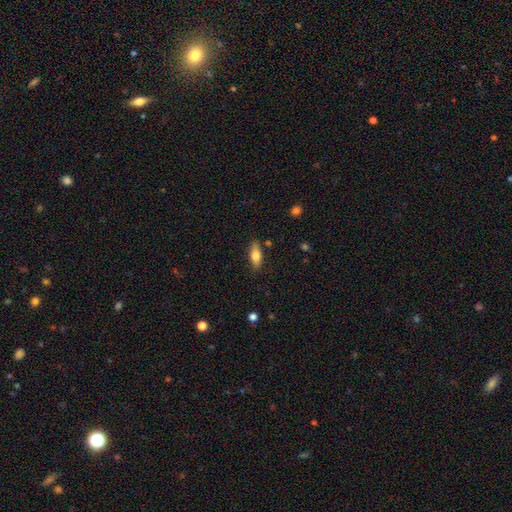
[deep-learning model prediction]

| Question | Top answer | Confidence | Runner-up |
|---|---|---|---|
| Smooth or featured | smooth | 70% | featured or disk (23%) |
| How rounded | in between | 71% | cigar-shaped (26%) |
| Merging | none | 82% | minor disturbance (13%) |